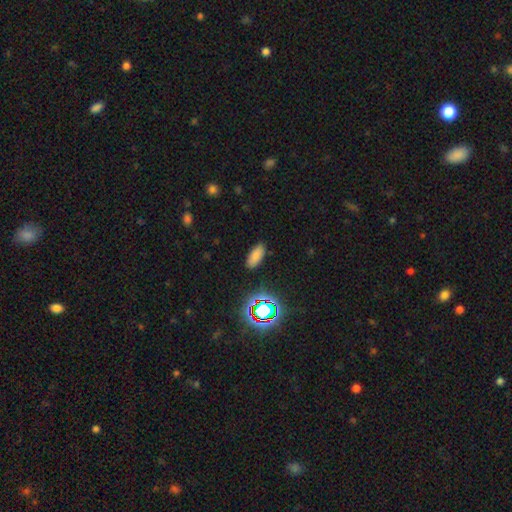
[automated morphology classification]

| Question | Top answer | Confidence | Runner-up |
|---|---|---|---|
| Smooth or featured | smooth | 75% | star or artifact (17%) |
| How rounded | in between | 87% | cigar-shaped (10%) |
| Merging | none | 87% | minor disturbance (9%) |